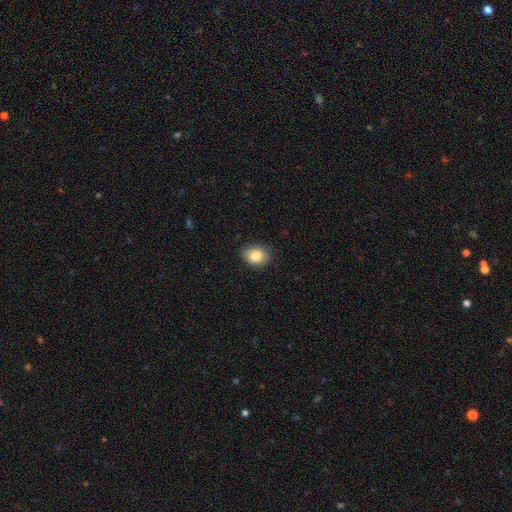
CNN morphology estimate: Smooth or featured?
  - smooth: 85% *
  - star or artifact: 8%
  - featured or disk: 7%
How rounded?
  - in between: 59% *
  - round: 40%
  - cigar-shaped: 1%
Merging?
  - none: 83% *
  - minor disturbance: 13%
  - major disturbance: 3%
  - merger: 1%